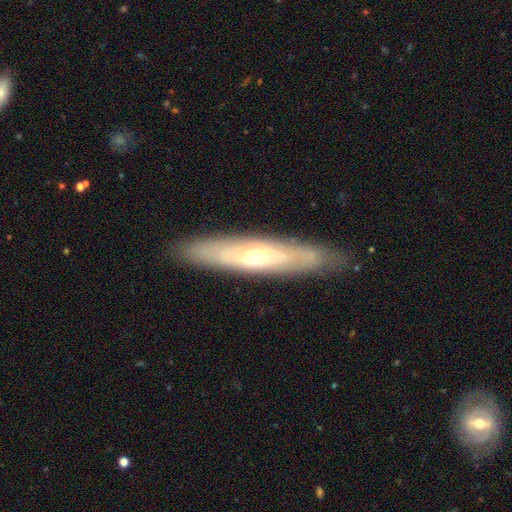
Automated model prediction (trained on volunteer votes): The model was most divided on "edge-on disk": yes: 58%, no: 42%. More confident: merging — none (86%); smooth or featured — featured or disk (66%).